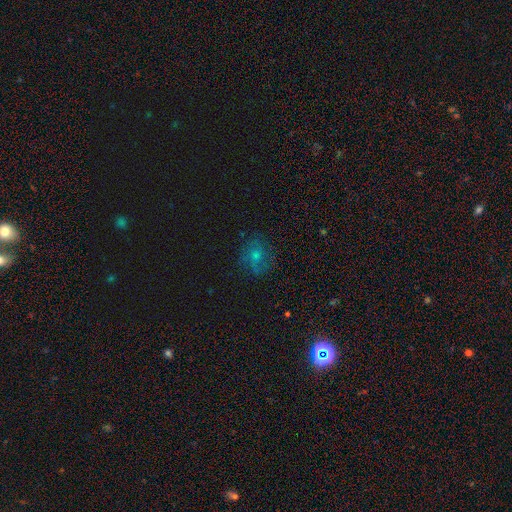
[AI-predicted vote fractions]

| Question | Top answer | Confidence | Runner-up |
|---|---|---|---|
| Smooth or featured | smooth | 41% | featured or disk (31%) |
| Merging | none | 73% | minor disturbance (17%) |